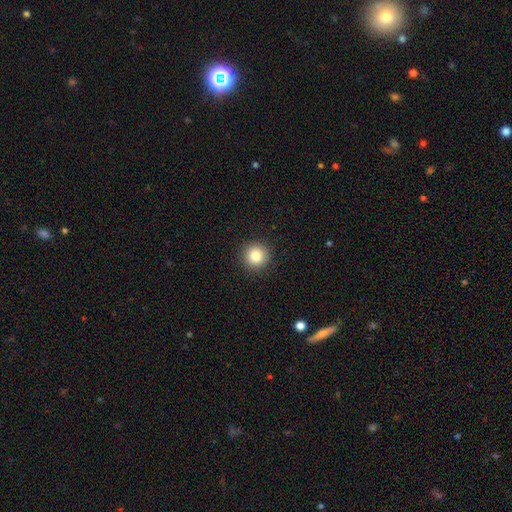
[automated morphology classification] Smooth or featured? Predicted: smooth (p=0.82). How rounded? Predicted: round (p=0.95). Merging? Predicted: none (p=0.92).